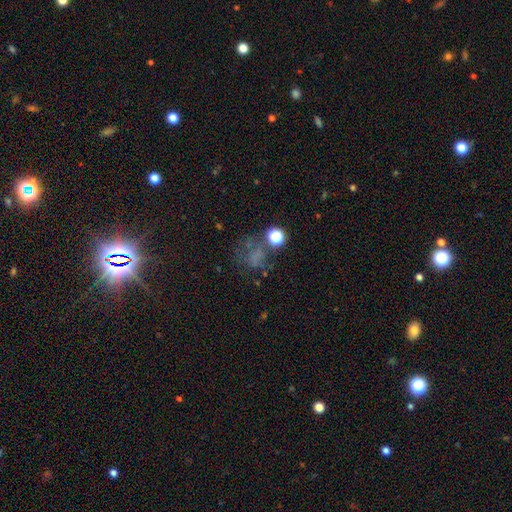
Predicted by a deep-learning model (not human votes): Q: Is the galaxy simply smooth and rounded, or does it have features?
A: smooth — 46%.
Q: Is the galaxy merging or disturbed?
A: none — 47%.